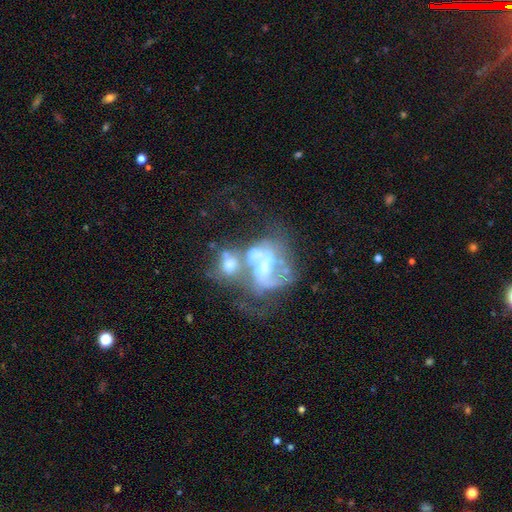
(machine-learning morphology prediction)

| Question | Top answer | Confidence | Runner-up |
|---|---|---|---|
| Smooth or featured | featured or disk | 62% | smooth (22%) |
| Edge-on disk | no | 97% | yes (3%) |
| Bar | no | 65% | weak (20%) |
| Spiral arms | no | 78% | yes (22%) |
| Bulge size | moderate | 38% | none (32%) |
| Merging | merger | 54% | major disturbance (22%) |